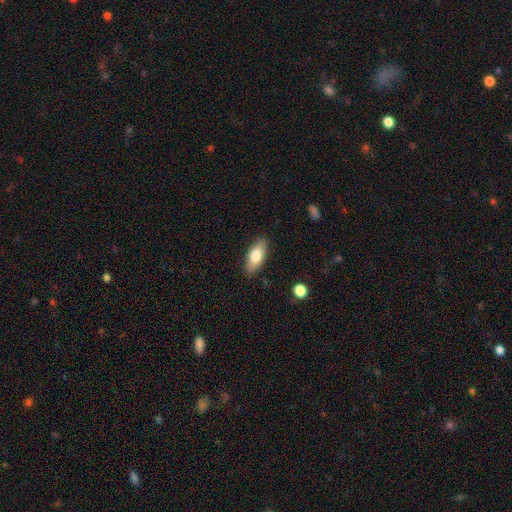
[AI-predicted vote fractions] Morphology: type=smooth (79%); roundness=in between (83%); merging=none (86%).